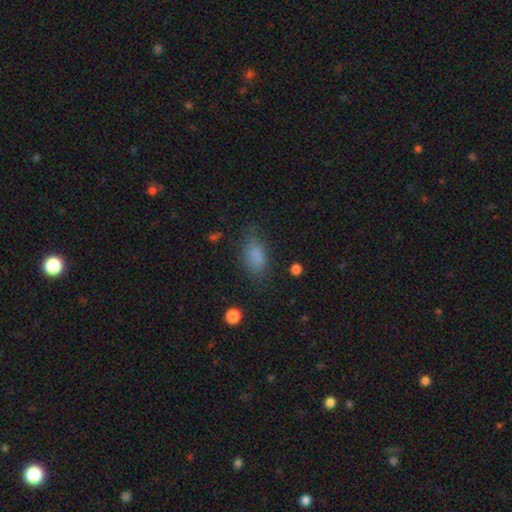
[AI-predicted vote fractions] Smooth or featured? Predicted: smooth (p=0.82). How rounded? Predicted: in between (p=0.87). Merging? Predicted: none (p=0.67).